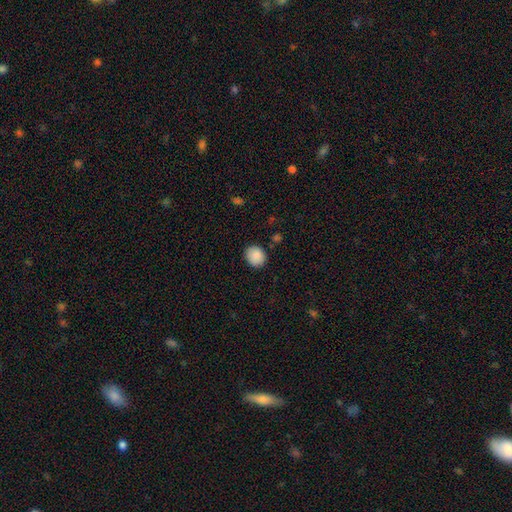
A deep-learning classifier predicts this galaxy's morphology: Q: Smooth or featured?
A: smooth (89%); runner-up: star or artifact (8%)
Q: How rounded?
A: round (71%); runner-up: in between (29%)
Q: Merging?
A: none (85%); runner-up: minor disturbance (11%)